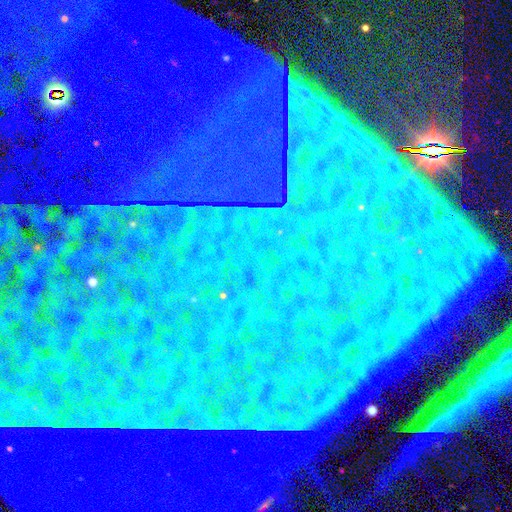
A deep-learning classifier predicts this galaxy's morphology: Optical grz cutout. It shows a star or artifact, not a galaxy (87%).